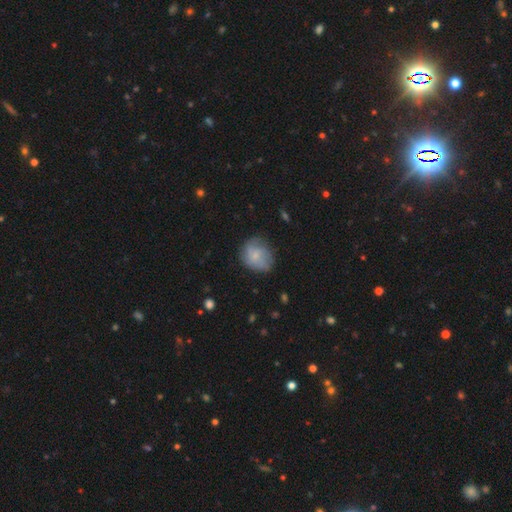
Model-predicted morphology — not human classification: Overall: smooth (65%; featured or disk 27%). How rounded: round (69%; in between 30%). Merging: none (64%; minor disturbance 25%).